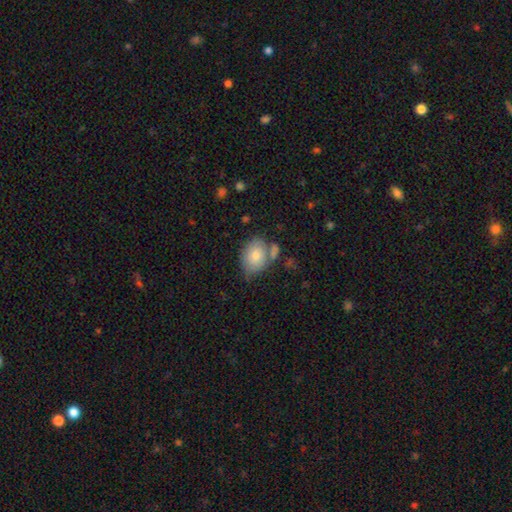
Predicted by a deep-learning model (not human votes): Morphology: type=smooth (75%); roundness=in between (65%); merging=none (54%).